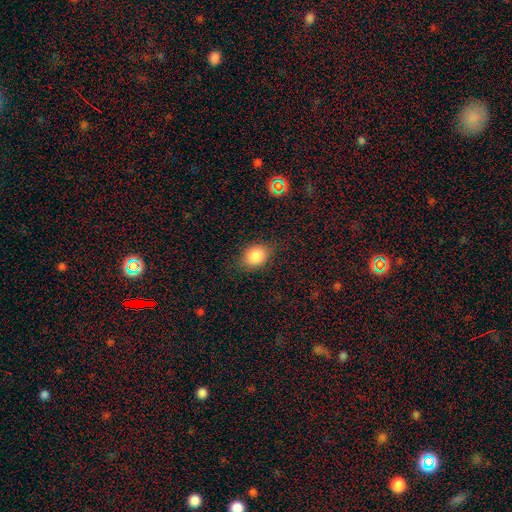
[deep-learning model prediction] smooth-or-featured: smooth: 84% | star or artifact: 10% | featured or disk: 6%
  how-rounded: in between: 59% | round: 39% | cigar-shaped: 1%
  merging: none: 80% | minor disturbance: 15% | major disturbance: 4% | merger: 1%